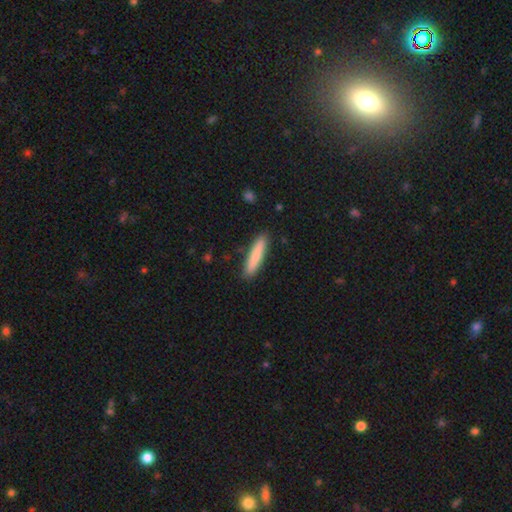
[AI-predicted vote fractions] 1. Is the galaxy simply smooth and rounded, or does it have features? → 79% smooth, 16% featured or disk, 5% star or artifact.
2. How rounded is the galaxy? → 90% cigar-shaped, 9% in between, 1% round.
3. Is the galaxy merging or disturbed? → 89% none, 8% minor disturbance, 2% major disturbance, 1% merger.